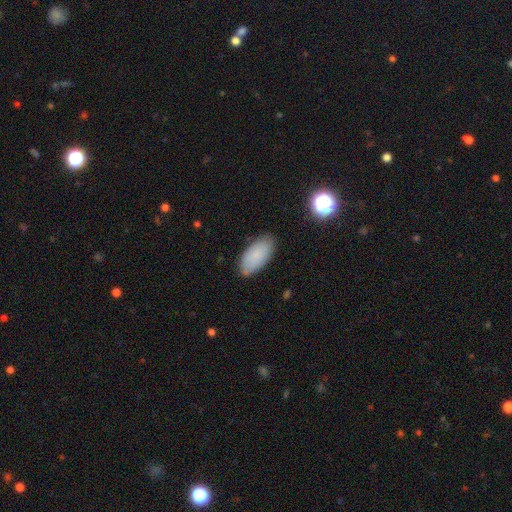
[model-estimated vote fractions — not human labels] A smooth galaxy with no disk features (81%) that is in between round and cigar-shaped (93%). Merging: none (83%).